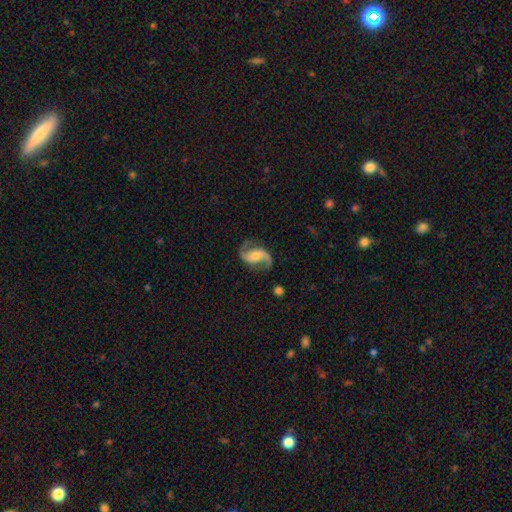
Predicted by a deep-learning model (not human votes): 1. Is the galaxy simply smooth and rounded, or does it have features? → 89% featured or disk, 6% smooth, 5% star or artifact.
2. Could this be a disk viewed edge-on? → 98% no, 2% yes.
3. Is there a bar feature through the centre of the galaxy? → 43% no, 37% weak, 20% strong.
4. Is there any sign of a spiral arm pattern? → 97% yes, 3% no.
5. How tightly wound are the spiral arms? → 54% loose, 37% medium, 8% tight.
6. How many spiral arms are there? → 93% 2, 2% 1, 2% can't tell, 1% 3, 1% 4, 1% more than 4.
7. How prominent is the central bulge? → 46% moderate, 36% small, 8% none, 8% large, 2% dominant.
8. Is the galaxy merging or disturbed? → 78% none, 14% minor disturbance, 7% major disturbance, 2% merger.